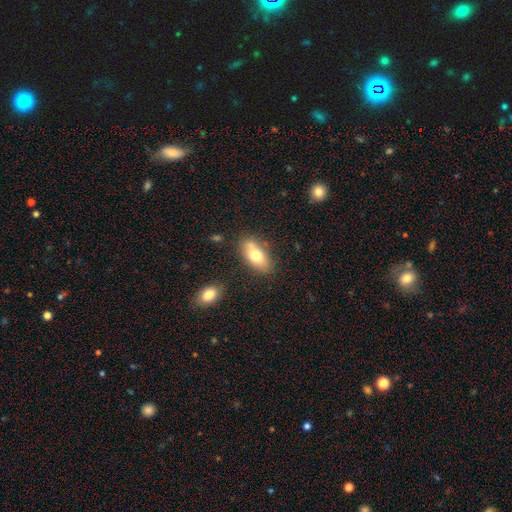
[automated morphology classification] Q: Smooth or featured?
A: smooth (73%); runner-up: featured or disk (19%)
Q: How rounded?
A: in between (89%); runner-up: cigar-shaped (7%)
Q: Merging?
A: none (72%); runner-up: minor disturbance (16%)